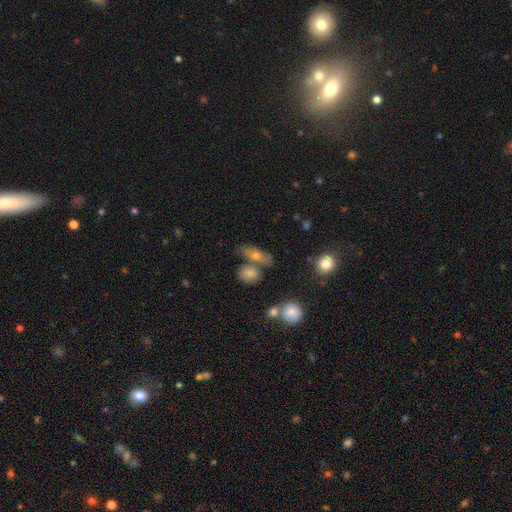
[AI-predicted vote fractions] A star or artifact, not a galaxy (39%).